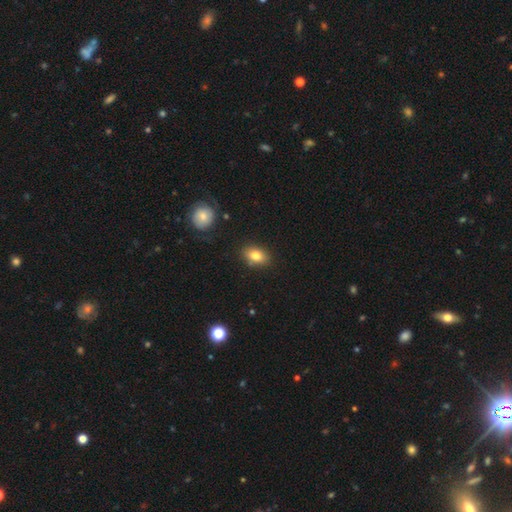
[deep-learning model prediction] smooth_or_featured: smooth (p=0.81) [alt: featured or disk p=0.10]
how_rounded: in between (p=0.80) [alt: round p=0.18]
merging: none (p=0.84) [alt: minor disturbance p=0.11]